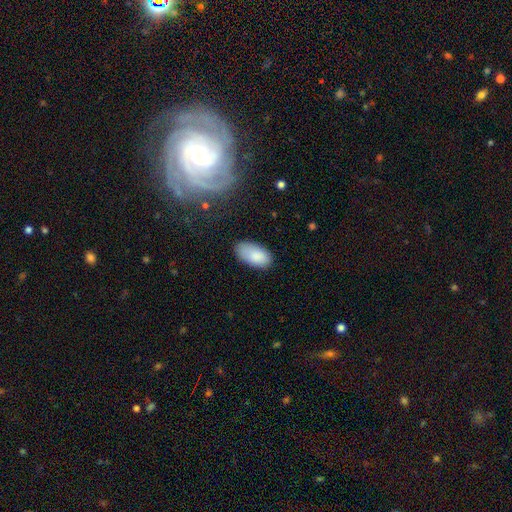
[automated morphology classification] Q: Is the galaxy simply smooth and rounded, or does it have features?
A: smooth — 88%.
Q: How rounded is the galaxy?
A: in between — 95%.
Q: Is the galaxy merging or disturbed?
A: none — 78%.